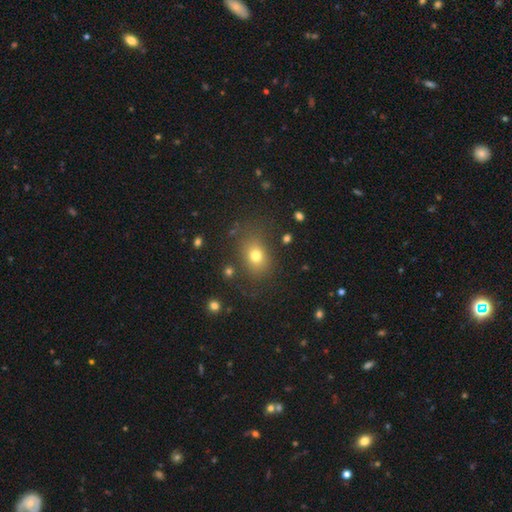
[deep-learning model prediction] Morphology: type=smooth (75%); roundness=in between (55%); merging=none (75%).